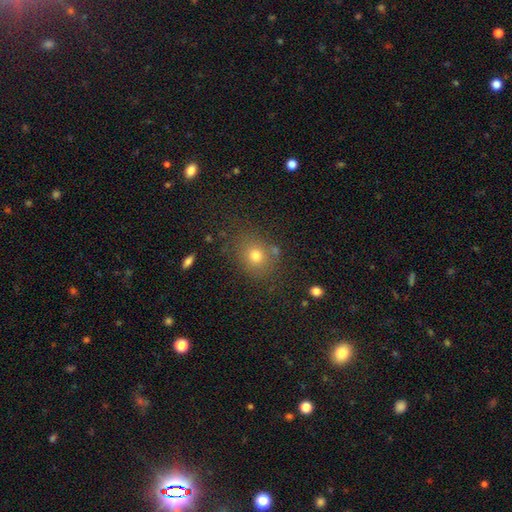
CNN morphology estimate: A smooth galaxy with no disk features (73%) that is round (68%).

Vote fractions:
- Smooth or featured? smooth: 73% / star or artifact: 16% / featured or disk: 10%
- How rounded? round: 68% / in between: 31% / cigar-shaped: 1%
- Merging? none: 76% / minor disturbance: 13% / merger: 6% / major disturbance: 5%